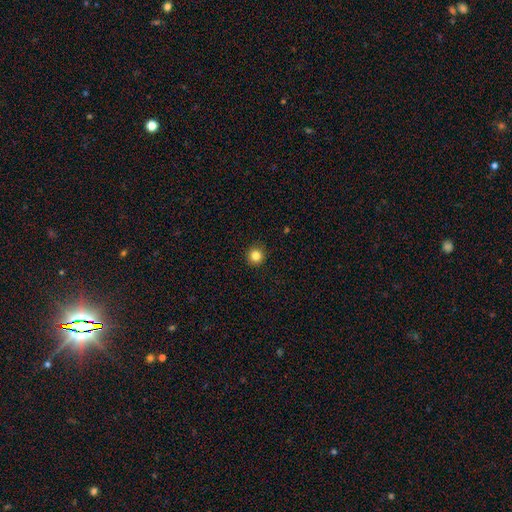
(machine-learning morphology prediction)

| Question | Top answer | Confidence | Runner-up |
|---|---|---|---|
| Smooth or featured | smooth | 84% | star or artifact (12%) |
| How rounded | round | 95% | in between (4%) |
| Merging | none | 93% | minor disturbance (5%) |